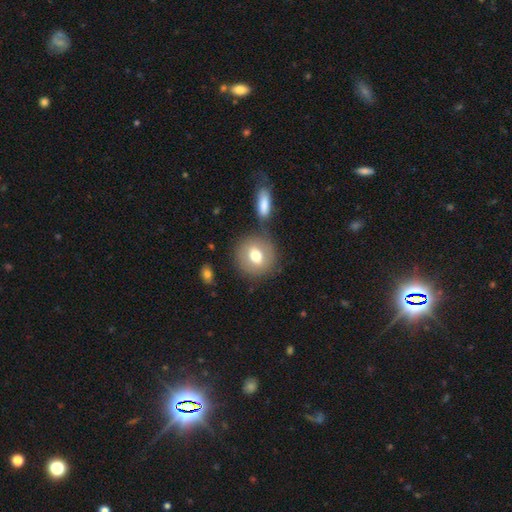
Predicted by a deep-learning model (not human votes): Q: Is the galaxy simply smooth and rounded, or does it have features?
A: smooth — 69%.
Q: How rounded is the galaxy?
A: round — 81%.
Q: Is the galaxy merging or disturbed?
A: none — 70%.